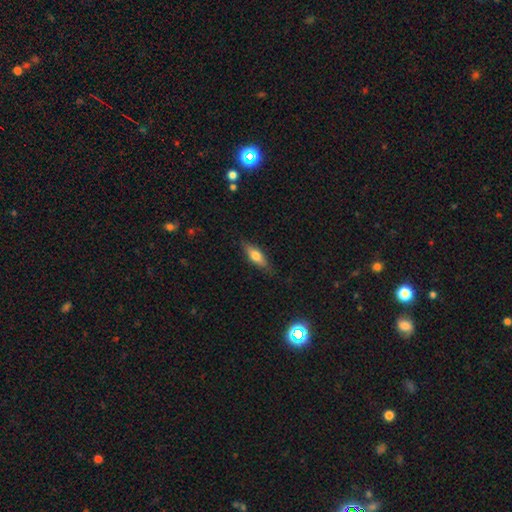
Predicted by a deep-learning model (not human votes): Overall: smooth (64%; featured or disk 29%). How rounded: in between (53%; cigar-shaped 45%). Merging: none (82%).